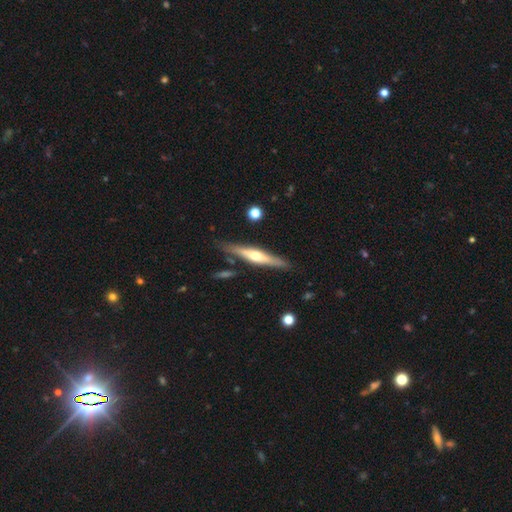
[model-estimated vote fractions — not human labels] Overall: featured or disk (64%; smooth 30%). Edge-on disk: yes (95%). Edge-on bulge: rounded (88%). Merging: none (84%).